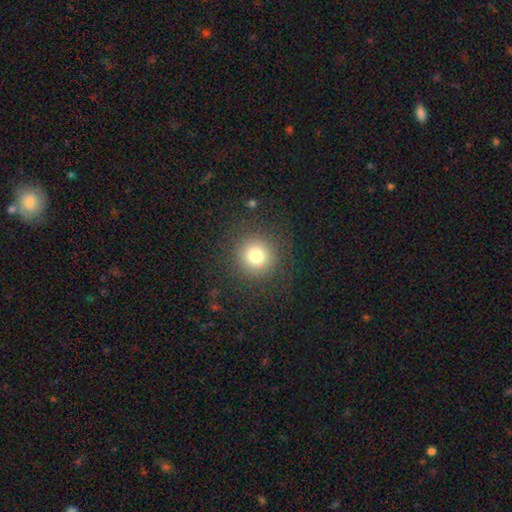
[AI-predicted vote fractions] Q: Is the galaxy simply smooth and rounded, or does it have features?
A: smooth — 77%.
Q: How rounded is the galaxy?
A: round — 95%.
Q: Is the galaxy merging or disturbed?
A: none — 88%.